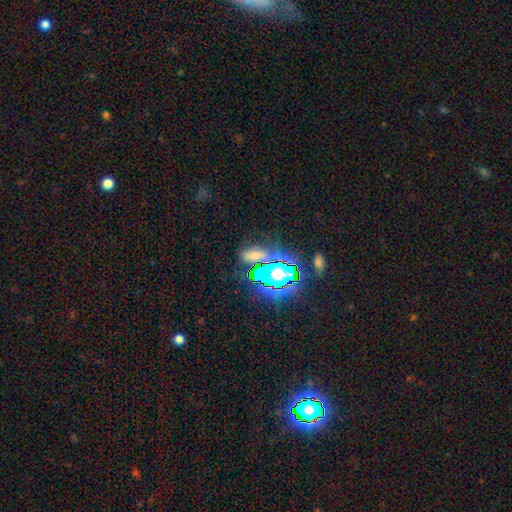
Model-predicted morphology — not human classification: Overall: star or artifact (47%; smooth 39%).